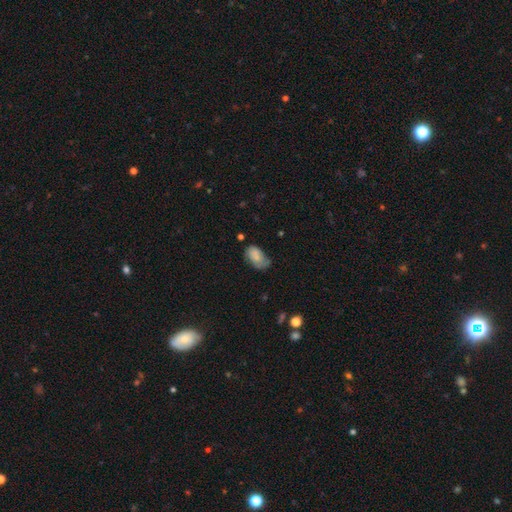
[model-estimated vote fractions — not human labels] This is likely a smooth galaxy (69%). How rounded: clearly in between (91%). Merging: possibly none (46%).